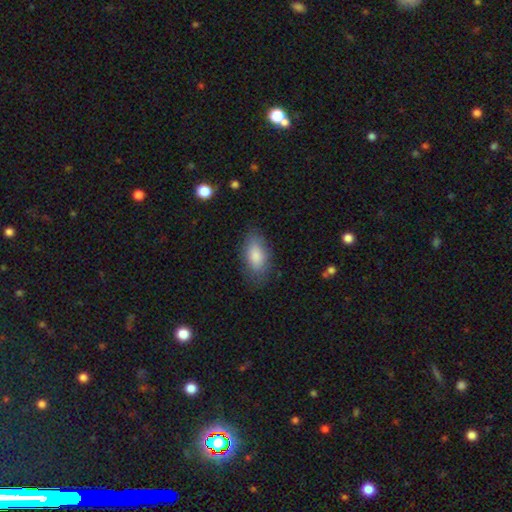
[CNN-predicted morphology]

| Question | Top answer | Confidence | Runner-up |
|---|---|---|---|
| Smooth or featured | smooth | 85% | featured or disk (9%) |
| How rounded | in between | 91% | cigar-shaped (5%) |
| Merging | none | 80% | minor disturbance (14%) |